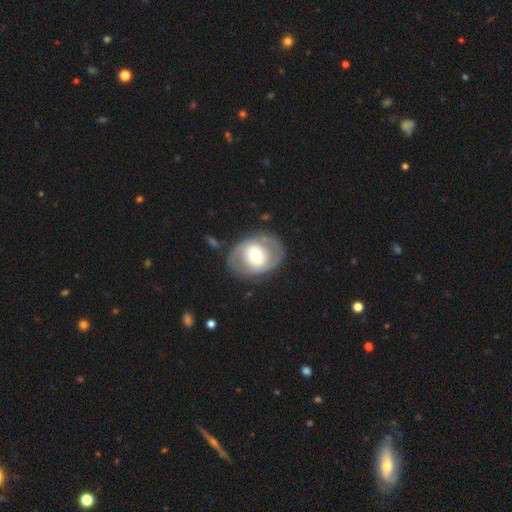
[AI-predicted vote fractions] Smooth or featured?
  - featured or disk: 61% *
  - smooth: 34%
  - star or artifact: 5%
Edge-on disk?
  - no: 95% *
  - yes: 5%
Bar?
  - no: 49% *
  - weak: 32%
  - strong: 19%
Spiral arms?
  - yes: 51% *
  - no: 49%
Bulge size?
  - moderate: 63% *
  - large: 18%
  - small: 16%
  - dominant: 2%
  - none: 1%
Merging?
  - none: 76% *
  - minor disturbance: 14%
  - major disturbance: 8%
  - merger: 2%